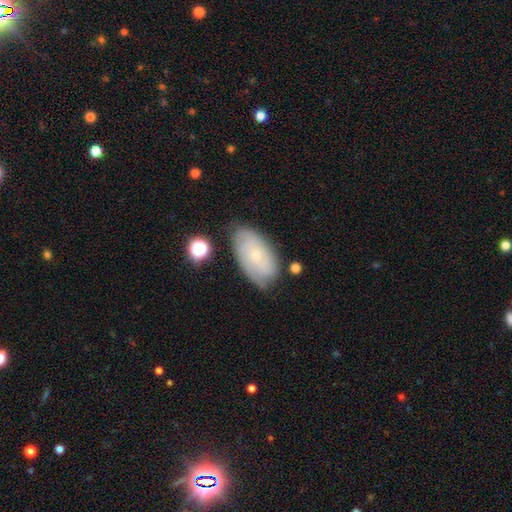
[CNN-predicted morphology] The model was most divided on "smooth or featured": featured or disk: 60%, smooth: 33%, star or artifact: 7%. More confident: edge-on disk — no (94%); spiral arms — yes (82%); bar — no (80%); bulge size — small (77%); merging — none (73%).